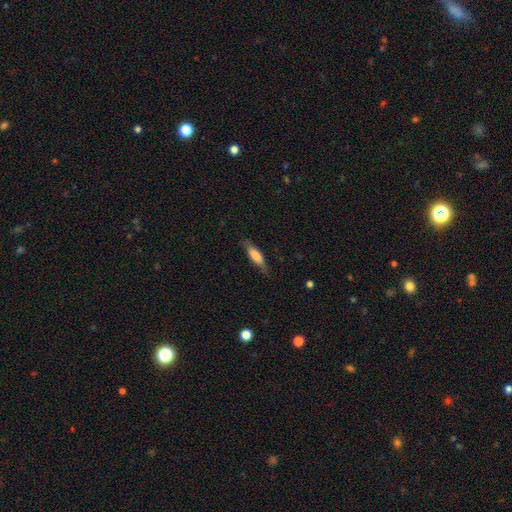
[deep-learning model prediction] Morphology: type=smooth (68%); roundness=cigar-shaped (51%); merging=none (73%).